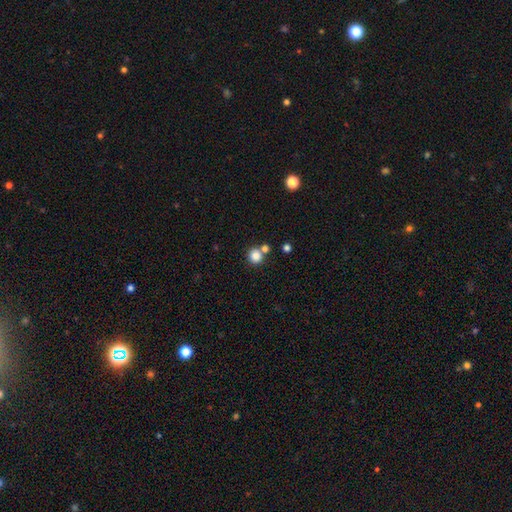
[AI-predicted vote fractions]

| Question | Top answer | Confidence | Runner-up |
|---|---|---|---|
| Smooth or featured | smooth | 84% | star or artifact (11%) |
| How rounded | round | 91% | in between (8%) |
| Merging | none | 66% | merger (24%) |